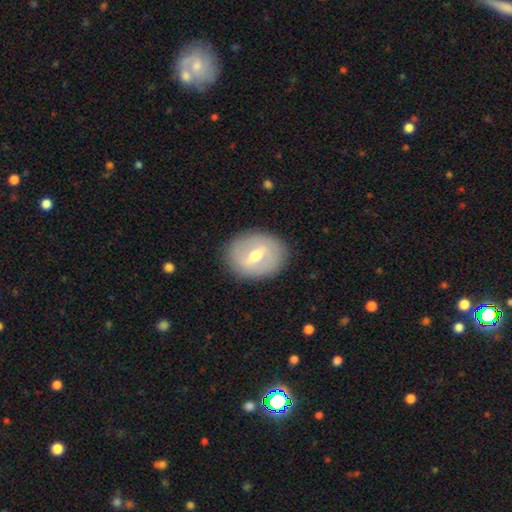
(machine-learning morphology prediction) A featured or disk galaxy (61%) with a weak bar (47%), no spiral arms (63%) and a moderate central bulge (69%). Merging: none (85%).